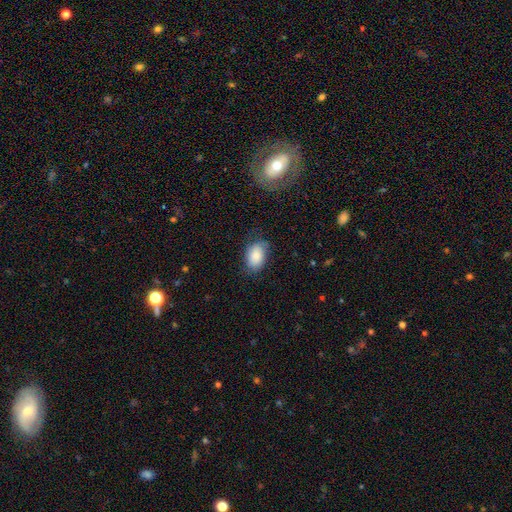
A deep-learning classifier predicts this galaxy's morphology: smooth-or-featured: smooth: 84% | featured or disk: 9% | star or artifact: 7%
  how-rounded: in between: 88% | round: 11% | cigar-shaped: 1%
  merging: none: 67% | minor disturbance: 24% | major disturbance: 7% | merger: 1%